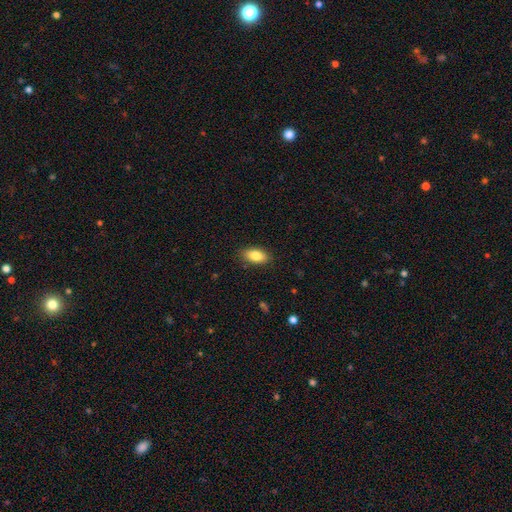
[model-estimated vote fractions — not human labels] Smooth or featured?
  - smooth: 84% *
  - featured or disk: 9%
  - star or artifact: 7%
How rounded?
  - in between: 90% *
  - cigar-shaped: 5%
  - round: 4%
Merging?
  - none: 86% *
  - minor disturbance: 10%
  - major disturbance: 2%
  - merger: 1%